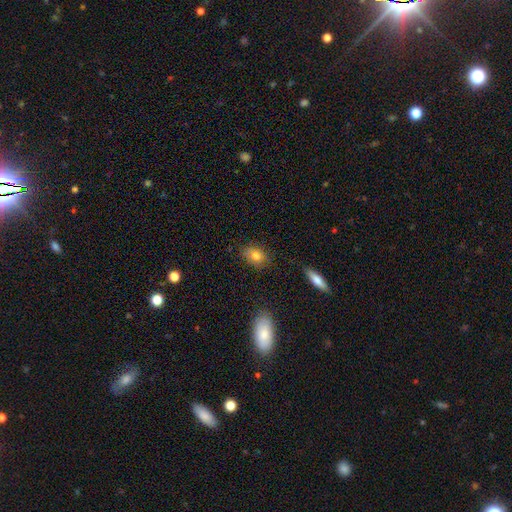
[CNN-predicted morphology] Smooth or featured?
  - smooth: 80% *
  - featured or disk: 10%
  - star or artifact: 10%
How rounded?
  - in between: 58% *
  - round: 40%
  - cigar-shaped: 2%
Merging?
  - none: 81% *
  - minor disturbance: 14%
  - major disturbance: 3%
  - merger: 2%